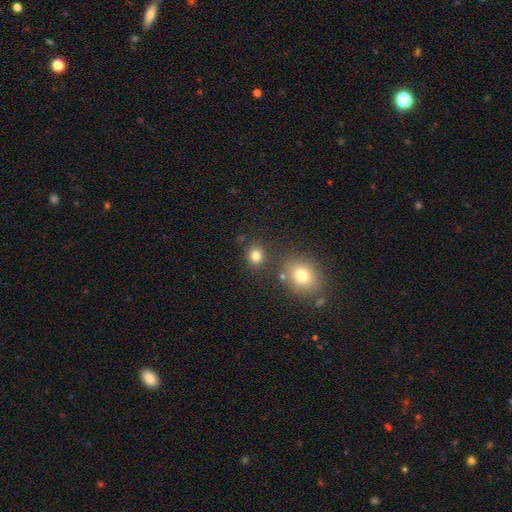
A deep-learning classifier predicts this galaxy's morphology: Overall: smooth (79%). How rounded: round (73%). Merging: none (79%).